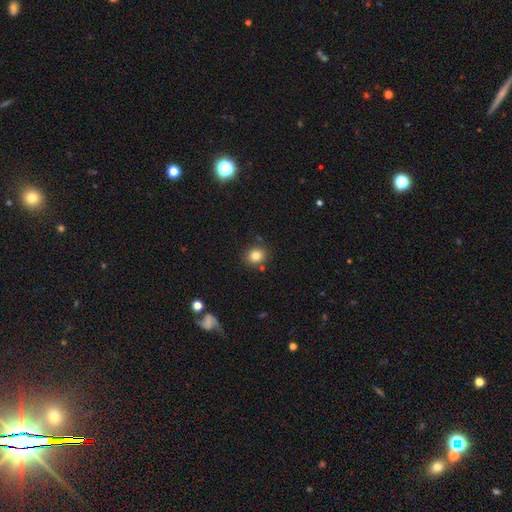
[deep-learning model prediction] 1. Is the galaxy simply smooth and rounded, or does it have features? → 82% smooth, 11% star or artifact, 7% featured or disk.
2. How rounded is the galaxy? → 77% round, 22% in between, 1% cigar-shaped.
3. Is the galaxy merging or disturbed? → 83% none, 9% minor disturbance, 5% merger, 3% major disturbance.